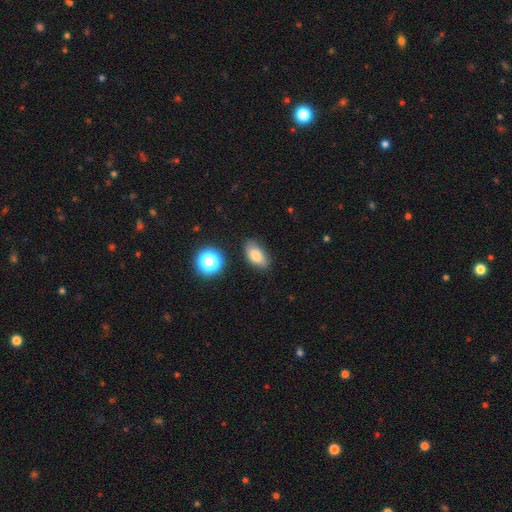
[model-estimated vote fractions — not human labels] Overall: smooth (78%). How rounded: in between (89%). Merging: none (80%).